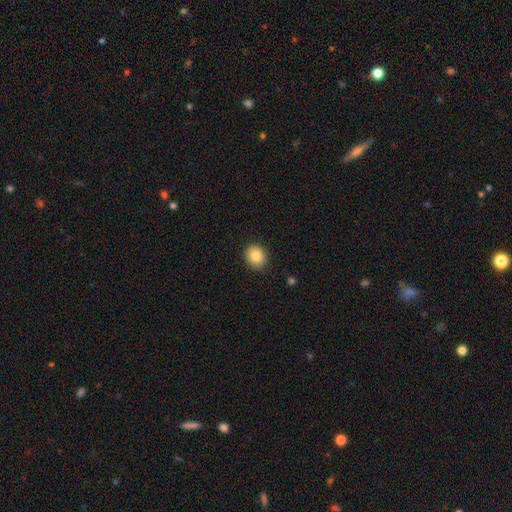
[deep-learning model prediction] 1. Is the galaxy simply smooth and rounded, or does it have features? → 85% smooth, 9% star or artifact, 6% featured or disk.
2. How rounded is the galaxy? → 74% round, 25% in between, 1% cigar-shaped.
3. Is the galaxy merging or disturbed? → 90% none, 7% minor disturbance, 2% major disturbance, 1% merger.